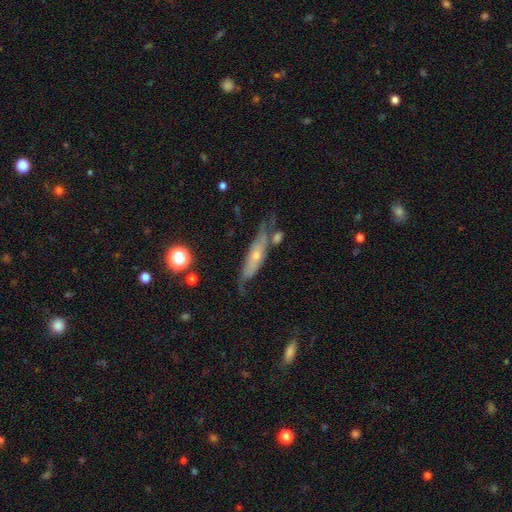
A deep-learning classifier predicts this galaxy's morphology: Q: Smooth or featured?
A: featured or disk (59%); runner-up: smooth (32%)
Q: Edge-on disk?
A: yes (51%); runner-up: no (49%)
Q: Merging?
A: none (55%); runner-up: minor disturbance (25%)